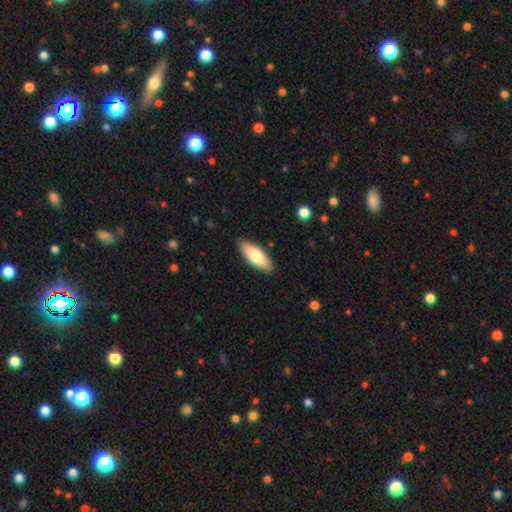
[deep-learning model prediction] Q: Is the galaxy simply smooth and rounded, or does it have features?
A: smooth — 78%.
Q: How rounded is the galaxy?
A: in between — 77%.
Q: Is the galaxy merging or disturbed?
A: none — 88%.